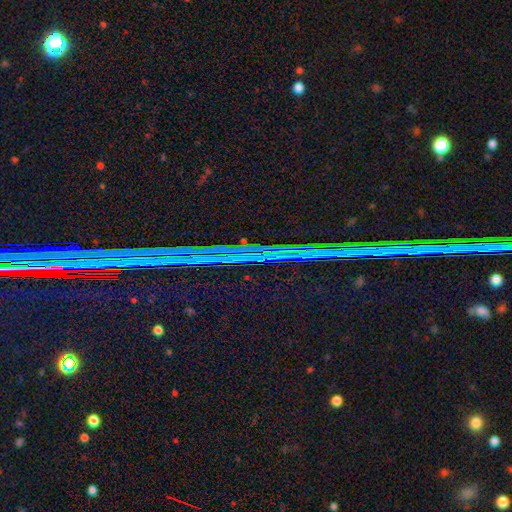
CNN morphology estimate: Smooth or featured? Predicted: star or artifact (p=0.87).